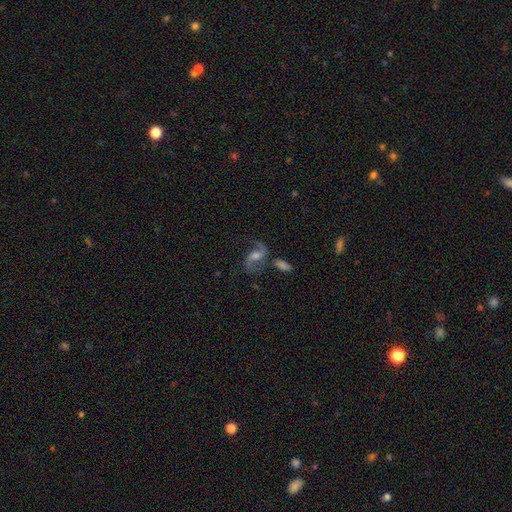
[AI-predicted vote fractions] A featured or disk galaxy (82%) with a weak bar (44%), 2 (91%) loose (65%) spiral arms (94%) and a moderate central bulge (57%). Merging: none (63%).